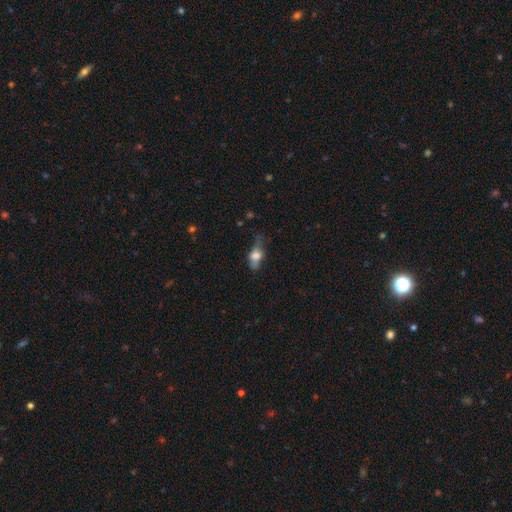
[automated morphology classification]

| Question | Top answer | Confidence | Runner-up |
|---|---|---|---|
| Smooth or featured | smooth | 59% | featured or disk (31%) |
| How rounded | in between | 72% | cigar-shaped (17%) |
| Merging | none | 42% | minor disturbance (31%) |